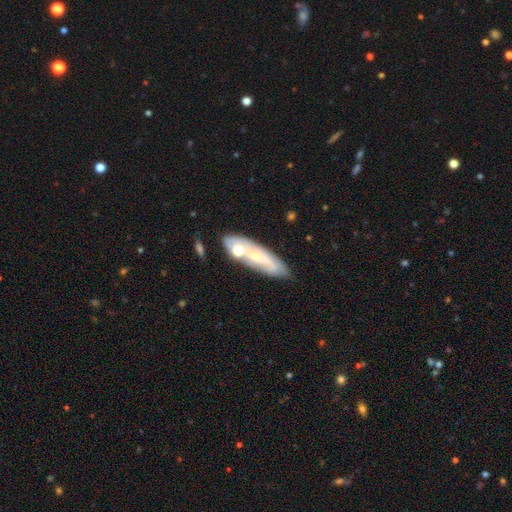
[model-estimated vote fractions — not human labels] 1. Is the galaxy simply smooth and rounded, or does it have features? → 57% featured or disk, 34% smooth, 9% star or artifact.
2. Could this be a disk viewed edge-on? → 72% no, 28% yes.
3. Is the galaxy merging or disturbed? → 60% none, 18% merger, 16% minor disturbance, 6% major disturbance.